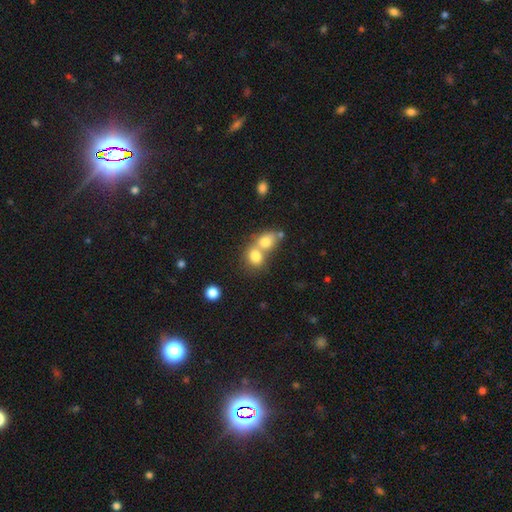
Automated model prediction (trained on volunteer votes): This appears to be a smooth galaxy with no disk features (78%) that is round (55%). Merging: merger (64%).